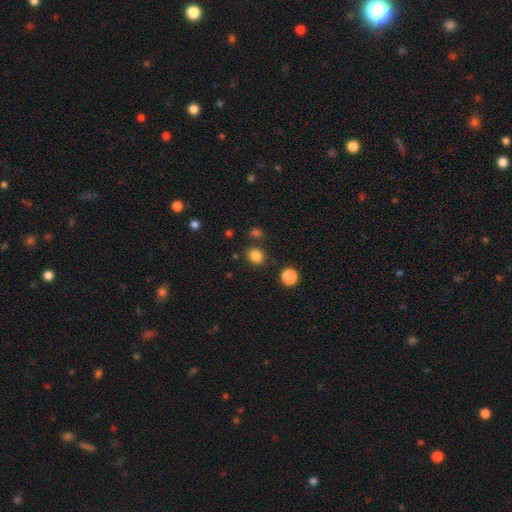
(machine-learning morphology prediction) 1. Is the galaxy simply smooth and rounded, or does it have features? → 83% smooth, 12% star or artifact, 4% featured or disk.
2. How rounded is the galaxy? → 65% round, 34% in between, 1% cigar-shaped.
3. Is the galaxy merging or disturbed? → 82% none, 10% minor disturbance, 5% merger, 3% major disturbance.